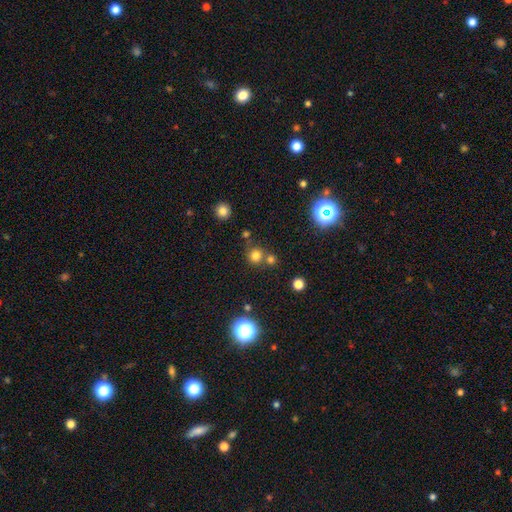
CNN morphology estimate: Q: Smooth or featured?
A: smooth (73%); runner-up: star or artifact (20%)
Q: How rounded?
A: round (90%); runner-up: in between (9%)
Q: Merging?
A: none (64%); runner-up: merger (24%)